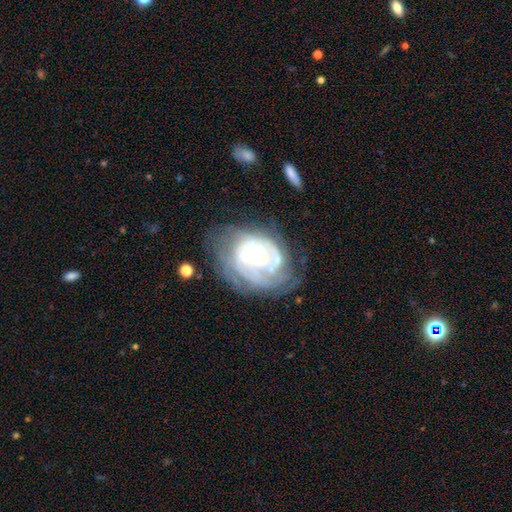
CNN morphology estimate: Smooth or featured? Predicted: featured or disk (p=0.80). Edge-on disk? Predicted: no (p=0.97). Bar? Predicted: no (p=0.81). Spiral arms? Predicted: yes (p=0.85). Spiral winding? Predicted: tight (p=0.73). Spiral arm count? Predicted: can't tell (p=0.52). Bulge size? Predicted: small (p=0.50). Merging? Predicted: none (p=0.55).